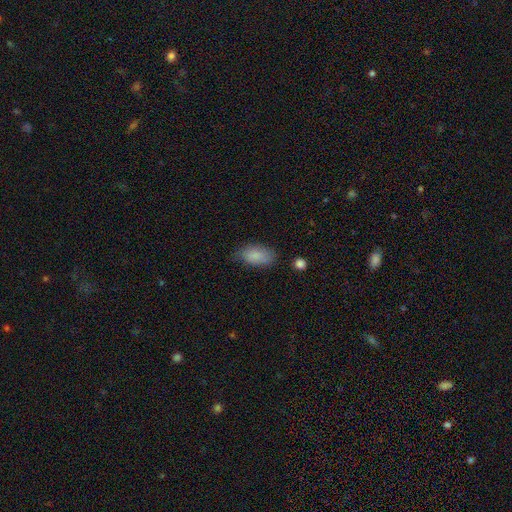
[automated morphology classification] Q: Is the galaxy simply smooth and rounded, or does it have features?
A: smooth — 85%.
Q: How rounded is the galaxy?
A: in between — 93%.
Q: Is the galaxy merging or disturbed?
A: none — 69%.